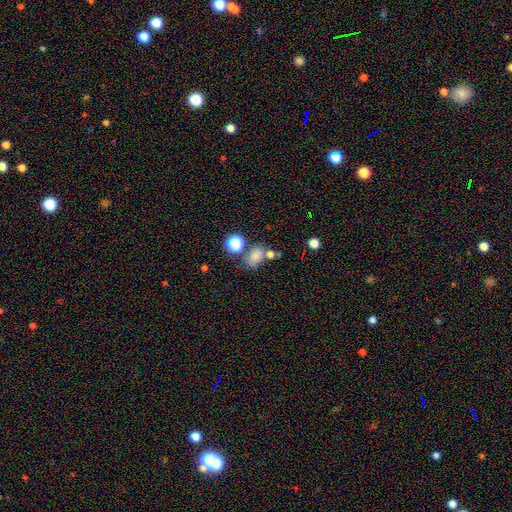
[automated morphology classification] Smooth or featured? Predicted: smooth (p=0.72). How rounded? Predicted: in between (p=0.66). Merging? Predicted: none (p=0.53).